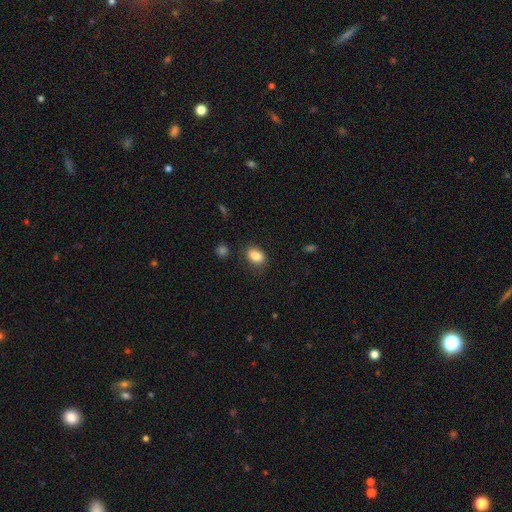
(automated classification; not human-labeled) This appears to be a smooth galaxy with no disk features (85%) that is in between round and cigar-shaped (81%). Merging: none (80%).